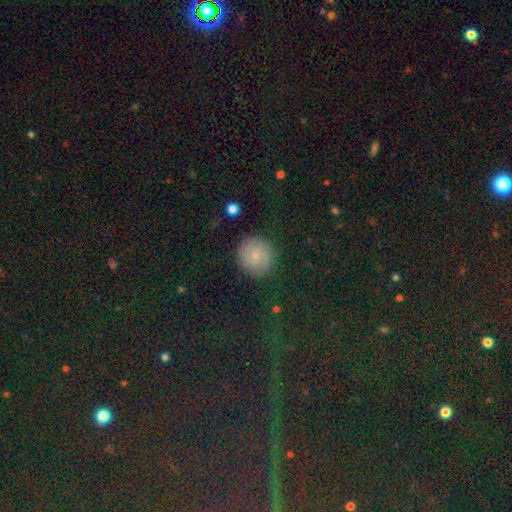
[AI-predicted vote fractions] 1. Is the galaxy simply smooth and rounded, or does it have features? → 64% smooth, 24% featured or disk, 12% star or artifact.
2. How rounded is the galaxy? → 92% round, 7% in between, 1% cigar-shaped.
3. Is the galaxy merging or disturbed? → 87% none, 8% minor disturbance, 3% major disturbance, 1% merger.